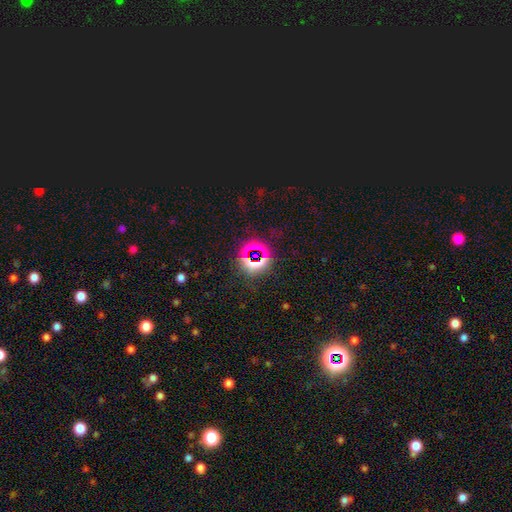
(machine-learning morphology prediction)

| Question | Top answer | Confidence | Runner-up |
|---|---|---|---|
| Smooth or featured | star or artifact | 71% | smooth (20%) |